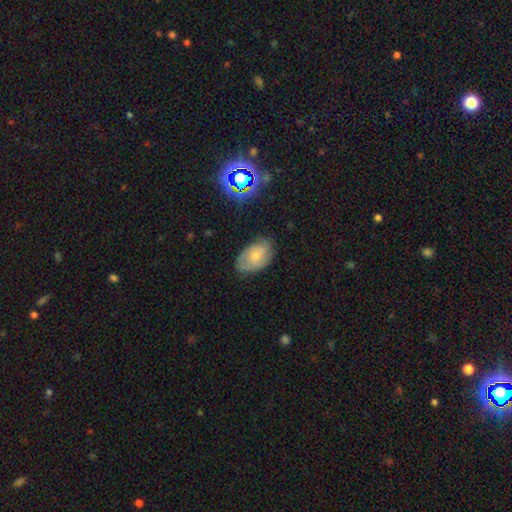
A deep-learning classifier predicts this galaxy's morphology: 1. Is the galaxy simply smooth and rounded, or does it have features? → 57% smooth, 34% featured or disk, 9% star or artifact.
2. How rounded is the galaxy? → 91% in between, 7% round, 1% cigar-shaped.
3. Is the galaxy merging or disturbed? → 72% none, 22% minor disturbance, 5% major disturbance, 1% merger.